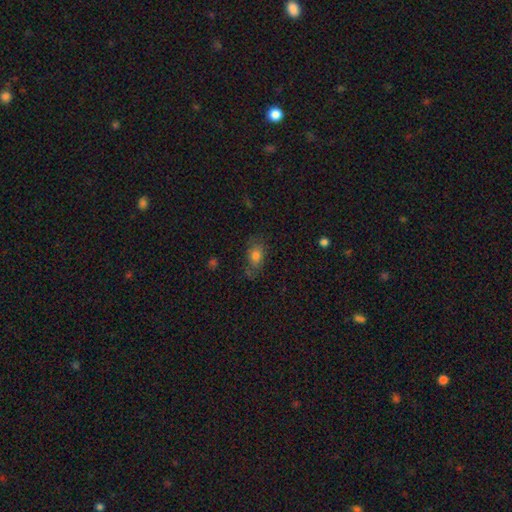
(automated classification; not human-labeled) smooth_or_featured: smooth (p=0.73) [alt: featured or disk p=0.15]
how_rounded: in between (p=0.79) [alt: round p=0.17]
merging: none (p=0.66) [alt: minor disturbance p=0.22]